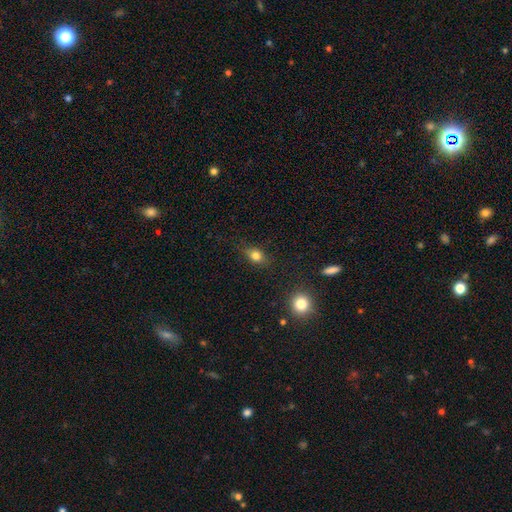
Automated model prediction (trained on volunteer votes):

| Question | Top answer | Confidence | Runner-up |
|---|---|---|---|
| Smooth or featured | smooth | 78% | star or artifact (11%) |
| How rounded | in between | 64% | round (32%) |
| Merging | none | 76% | minor disturbance (18%) |